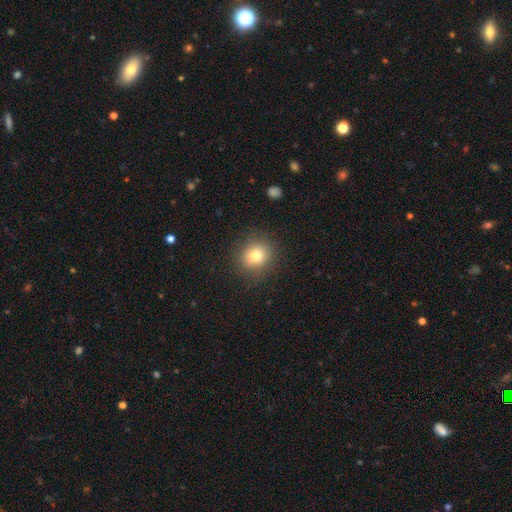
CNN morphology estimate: This is likely a smooth galaxy (79%). How rounded: clearly round (82%). Merging: clearly none (85%).